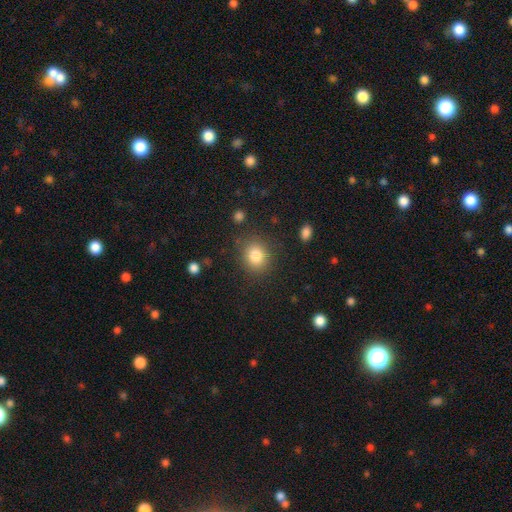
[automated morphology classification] A smooth galaxy with no disk features (83%) that is round (72%).

Vote fractions:
- Smooth or featured? smooth: 83% / star or artifact: 10% / featured or disk: 7%
- How rounded? round: 72% / in between: 27% / cigar-shaped: 1%
- Merging? none: 83% / minor disturbance: 11% / major disturbance: 4% / merger: 2%